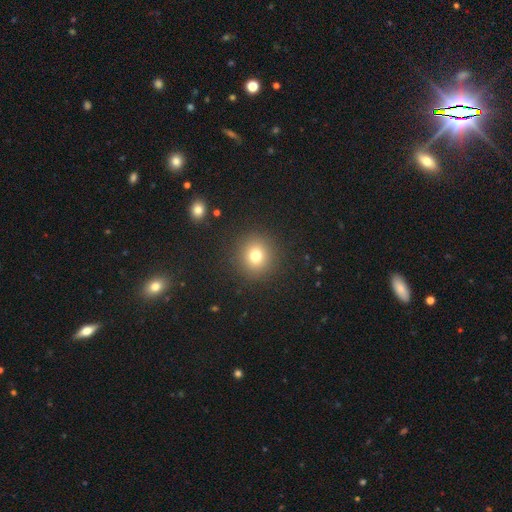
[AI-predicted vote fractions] smooth_or_featured: smooth (p=0.76) [alt: star or artifact p=0.15]
how_rounded: round (p=0.91) [alt: in between p=0.08]
merging: none (p=0.91) [alt: minor disturbance p=0.06]